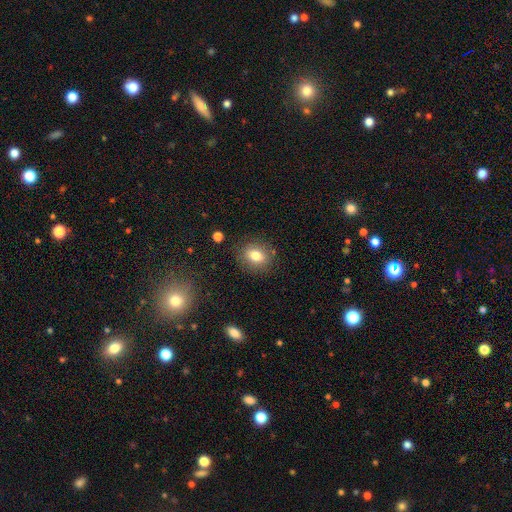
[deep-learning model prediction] smooth 78%, featured or disk 11%, star or artifact 11%. Down the decision tree: how rounded — round (56%); merging — none (84%).